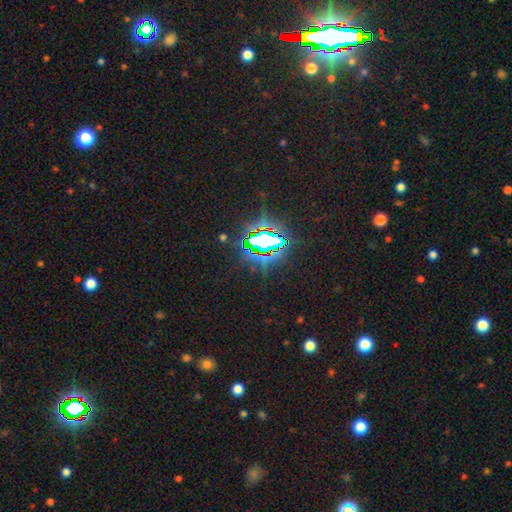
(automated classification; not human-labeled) Morphology: type=star or artifact (83%).